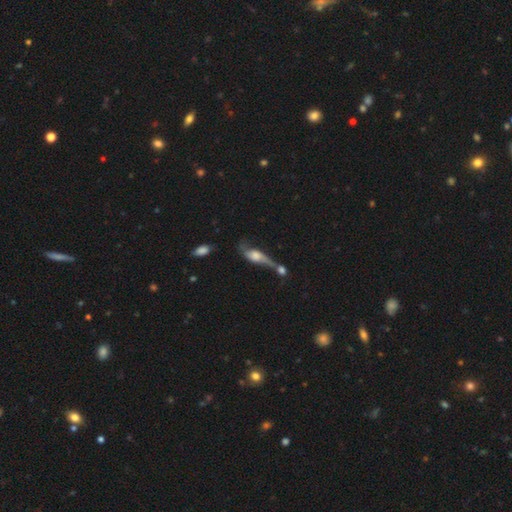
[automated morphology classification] This appears to be a featured or disk galaxy (57%). Merging: merger (41%).